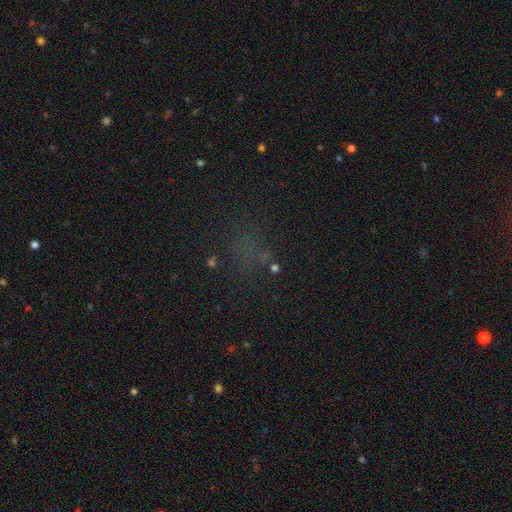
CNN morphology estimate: smooth_or_featured: star or artifact (p=0.48) [alt: smooth p=0.38]